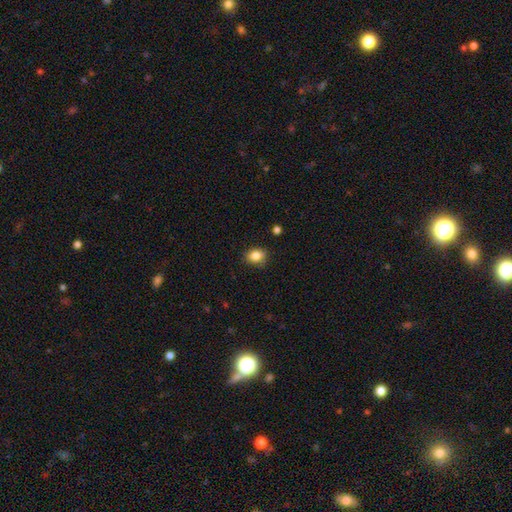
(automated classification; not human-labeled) Smooth or featured? Predicted: smooth (p=0.85). How rounded? Predicted: in between (p=0.59). Merging? Predicted: none (p=0.82).